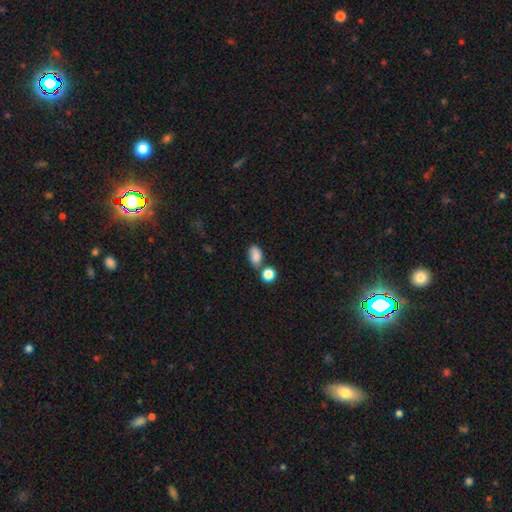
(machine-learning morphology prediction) Q: Smooth or featured?
A: smooth (83%); runner-up: star or artifact (10%)
Q: How rounded?
A: in between (85%); runner-up: round (12%)
Q: Merging?
A: none (60%); runner-up: merger (18%)